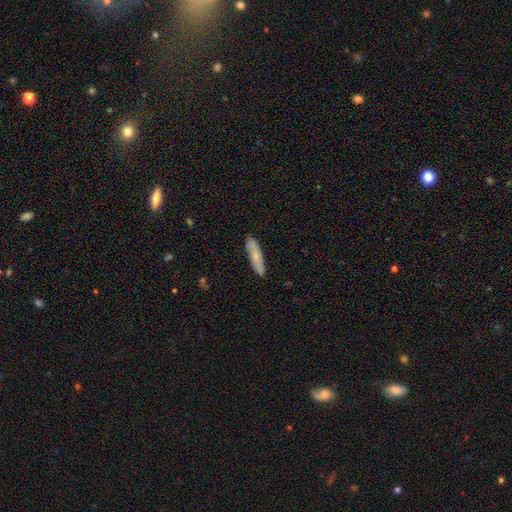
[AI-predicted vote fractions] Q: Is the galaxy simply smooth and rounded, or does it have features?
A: smooth — 67%.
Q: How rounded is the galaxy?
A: cigar-shaped — 80%.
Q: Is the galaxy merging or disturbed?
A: none — 86%.